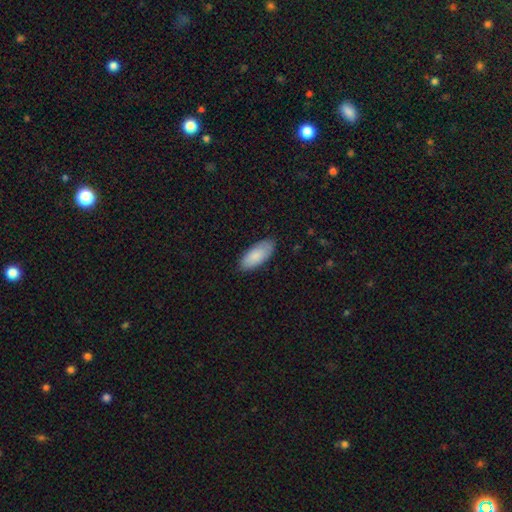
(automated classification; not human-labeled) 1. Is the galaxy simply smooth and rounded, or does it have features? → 86% smooth, 9% featured or disk, 5% star or artifact.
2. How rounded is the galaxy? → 89% in between, 10% cigar-shaped, 2% round.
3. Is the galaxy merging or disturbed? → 84% none, 12% minor disturbance, 2% major disturbance, 1% merger.